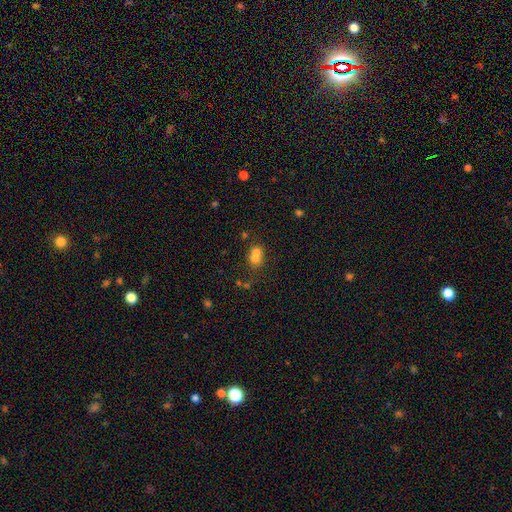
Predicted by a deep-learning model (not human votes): Morphology: type=smooth (70%); roundness=round (55%); merging=merger (59%).